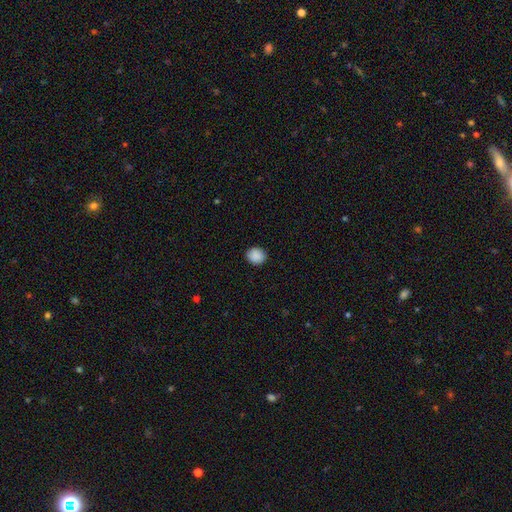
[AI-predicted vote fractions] A smooth galaxy with no disk features (89%) that is round (76%). Merging: none (89%).